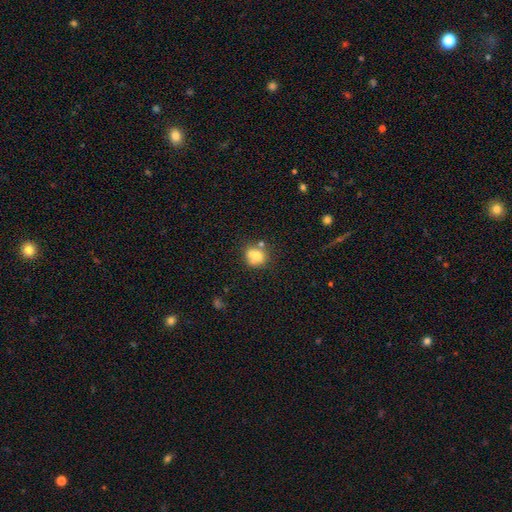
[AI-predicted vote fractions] smooth 64%, featured or disk 24%, star or artifact 12%. Down the decision tree: how rounded — round (66%); merging — merger (40%).